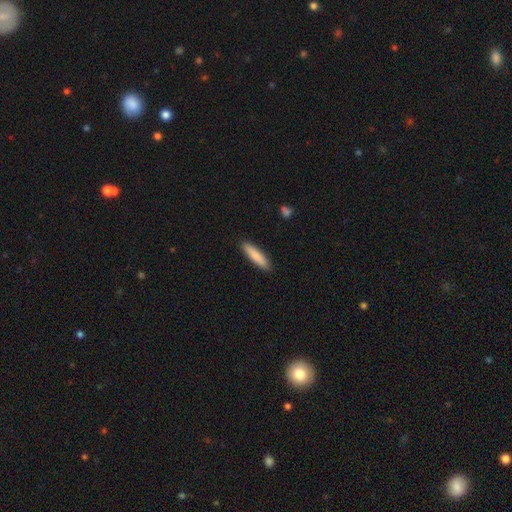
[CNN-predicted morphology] This appears to be a smooth galaxy with no disk features (86%) that is cigar-shaped (79%). Merging: none (91%).